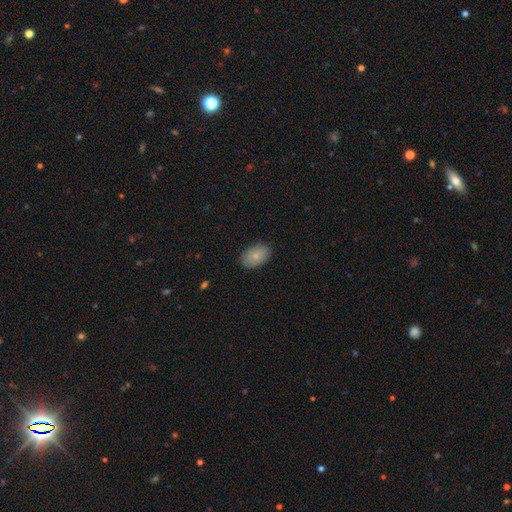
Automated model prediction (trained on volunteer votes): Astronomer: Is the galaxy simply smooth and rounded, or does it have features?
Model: smooth — 80%.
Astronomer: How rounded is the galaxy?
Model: in between — 88%.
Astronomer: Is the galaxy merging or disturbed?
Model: none — 85%.